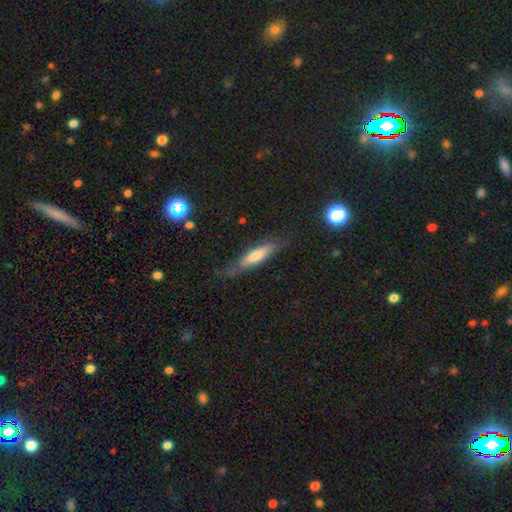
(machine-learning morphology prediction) A smooth galaxy with no disk features (55%) that is cigar-shaped (78%).

Vote fractions:
- Smooth or featured? smooth: 55% / featured or disk: 37% / star or artifact: 8%
- How rounded? cigar-shaped: 78% / in between: 20% / round: 2%
- Merging? none: 72% / minor disturbance: 20% / major disturbance: 7% / merger: 2%